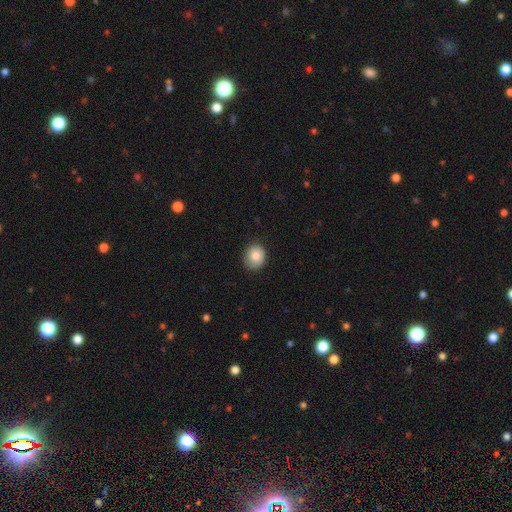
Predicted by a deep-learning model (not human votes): This appears to be a smooth galaxy with no disk features (82%) that is round (68%). Merging: none (83%).